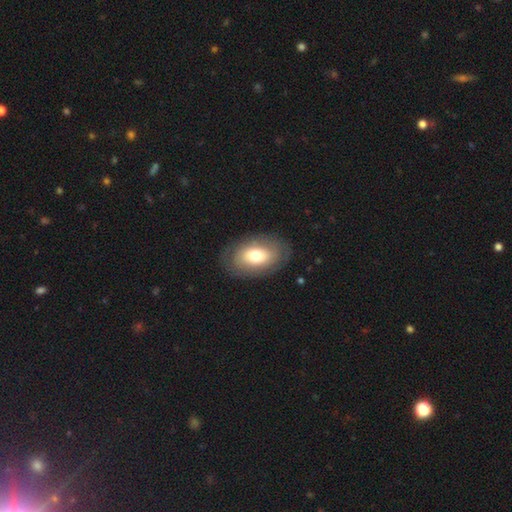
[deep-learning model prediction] smooth-or-featured: smooth: 63% | featured or disk: 30% | star or artifact: 7%
  how-rounded: in between: 89% | round: 10% | cigar-shaped: 1%
  merging: none: 81% | minor disturbance: 12% | major disturbance: 5% | merger: 1%